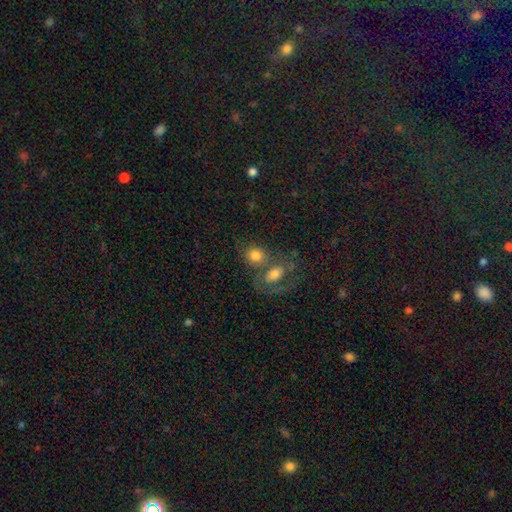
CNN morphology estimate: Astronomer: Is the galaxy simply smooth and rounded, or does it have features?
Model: smooth — 73%.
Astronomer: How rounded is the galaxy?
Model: round — 60% (runner-up: in between, 38%).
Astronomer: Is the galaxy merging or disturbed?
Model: merger — 44% (runner-up: none, 40%).